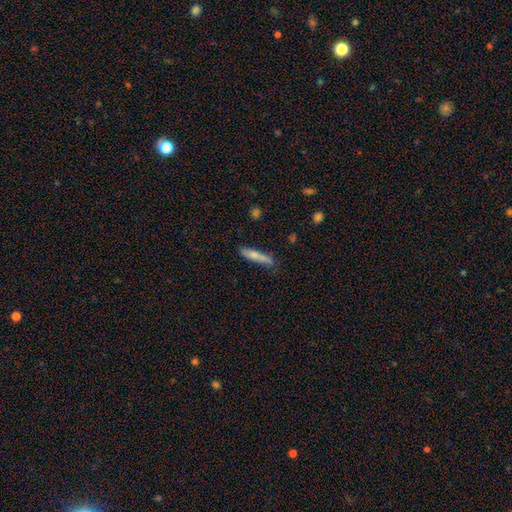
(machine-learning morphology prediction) smooth-or-featured: smooth: 65% | featured or disk: 29% | star or artifact: 6%
  how-rounded: cigar-shaped: 86% | in between: 13% | round: 2%
  merging: none: 78% | minor disturbance: 17% | major disturbance: 3% | merger: 2%